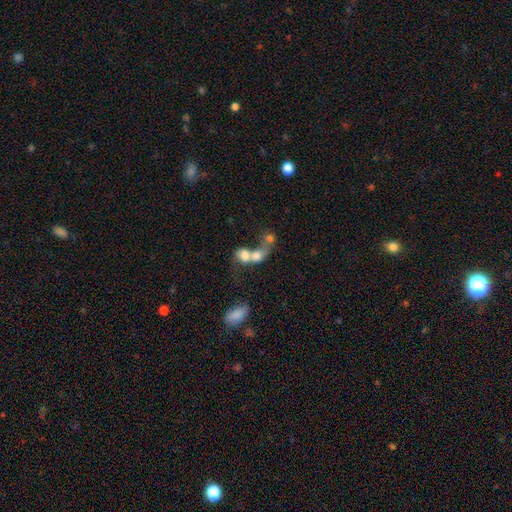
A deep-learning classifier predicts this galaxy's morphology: This appears to be a smooth galaxy with no disk features (66%) that is in between round and cigar-shaped (49%). Merging: merger (77%).